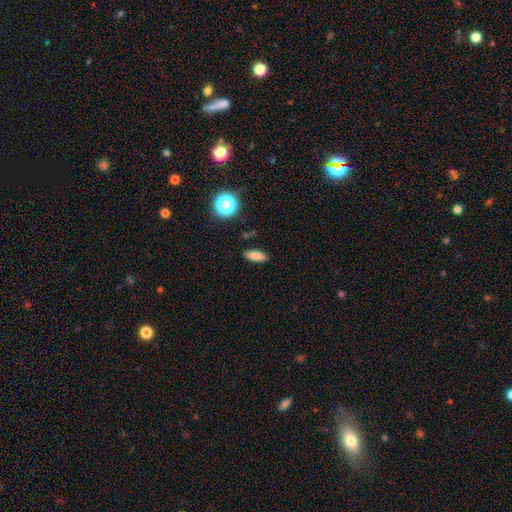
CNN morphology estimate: type=smooth (81%); roundness=in between (72%); merging=none (88%).